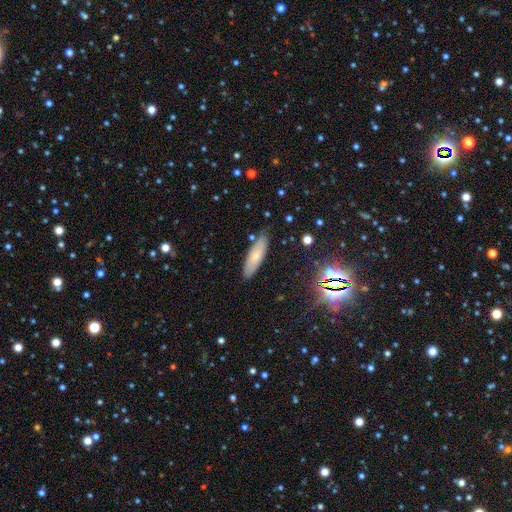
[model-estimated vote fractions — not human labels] smooth-or-featured: smooth: 66% | featured or disk: 25% | star or artifact: 9%
  how-rounded: cigar-shaped: 59% | in between: 39% | round: 2%
  merging: none: 84% | minor disturbance: 12% | major disturbance: 2% | merger: 2%